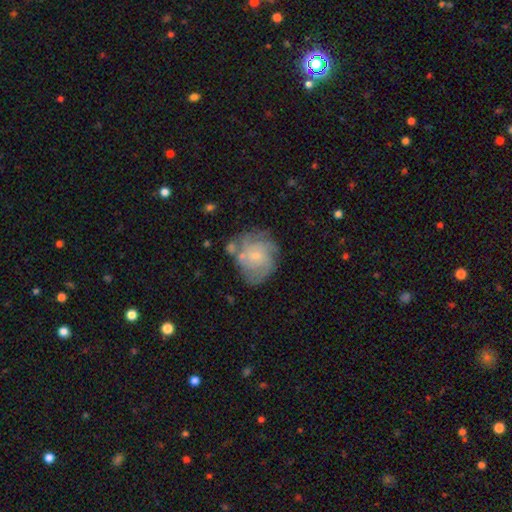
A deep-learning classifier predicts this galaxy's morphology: featured or disk 69%, smooth 24%, star or artifact 8%. Down the decision tree: edge-on disk — no (98%); bar — no (78%); spiral arms — yes (87%); spiral arm count — can't tell (36%); spiral winding — tight (54%); bulge size — small (78%); merging — none (60%).